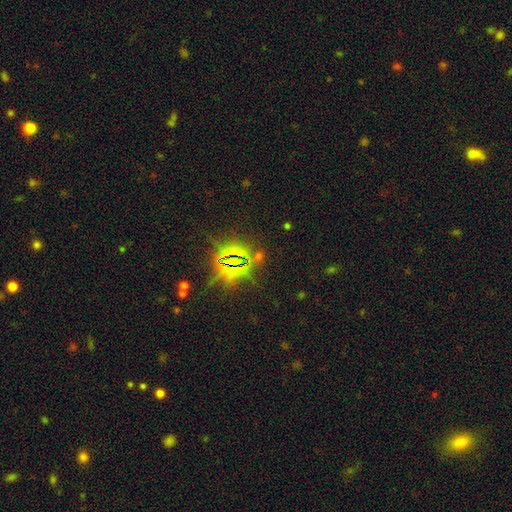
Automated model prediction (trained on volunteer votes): A star or artifact, not a galaxy (82%).

Vote fractions:
- Smooth or featured? star or artifact: 82% / smooth: 10% / featured or disk: 8%